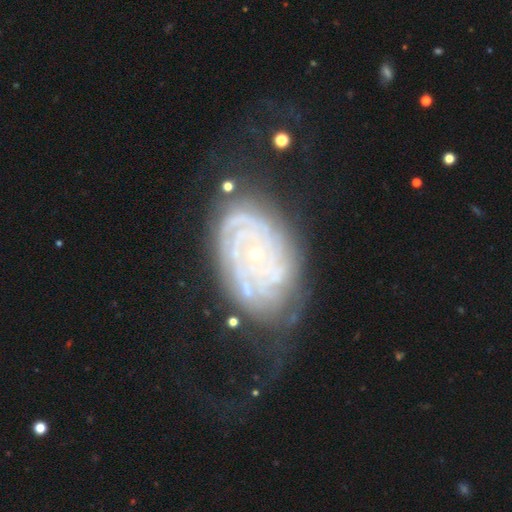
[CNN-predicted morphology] Overall: featured or disk (85%). Edge-on disk: no (96%). Bar: no (79%). Spiral arms: yes (96%). Spiral arm count: can't tell (33%; 2 21%). Spiral winding: tight (80%). Bulge size: small (78%). Merging: none (54%; minor disturbance 24%).